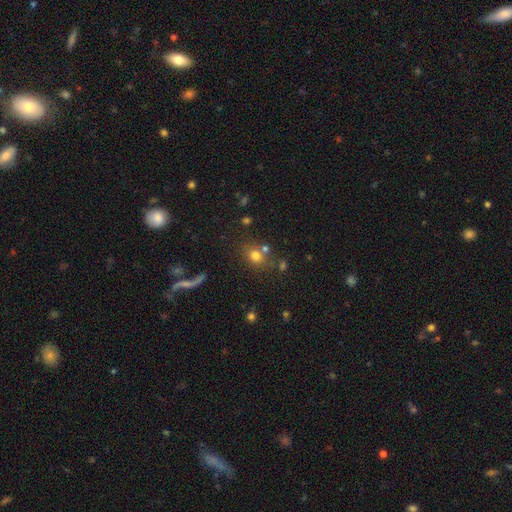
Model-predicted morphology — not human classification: This is likely a smooth galaxy (74%). How rounded: likely round (64%). Merging: likely none (64%).